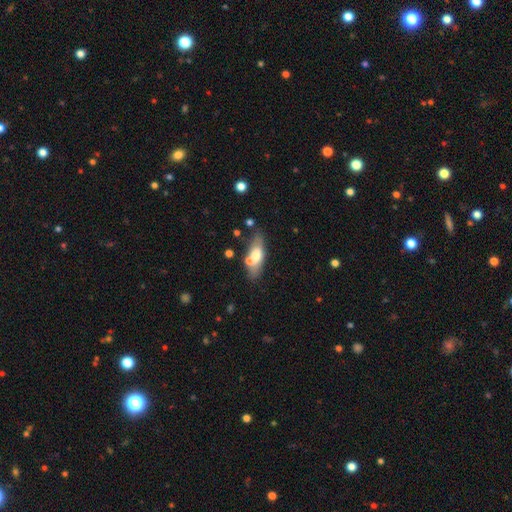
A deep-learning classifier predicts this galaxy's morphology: This appears to be a smooth galaxy with no disk features (62%) that is in between round and cigar-shaped (69%). Merging: none (66%).